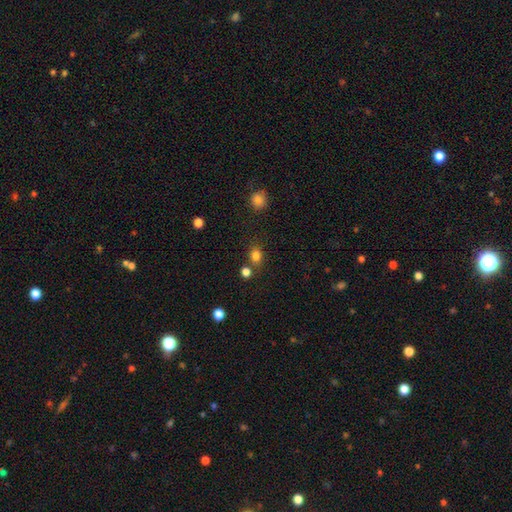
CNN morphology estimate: Smooth or featured? smooth (81%)
How rounded? round (50%)
Merging? none (71%)